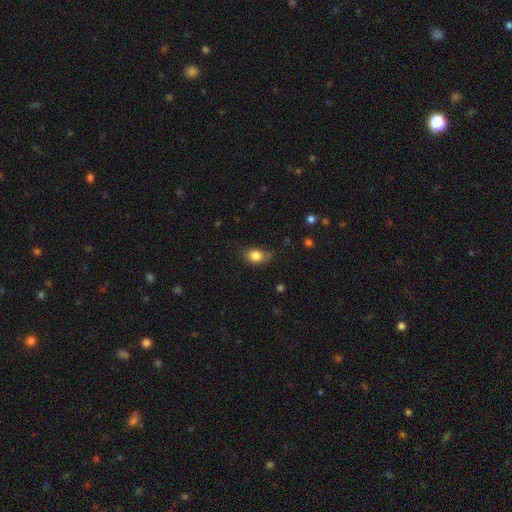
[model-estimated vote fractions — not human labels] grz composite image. It shows a smooth galaxy with no disk features (84%) that is in between round and cigar-shaped (66%). Merging: none (68%).